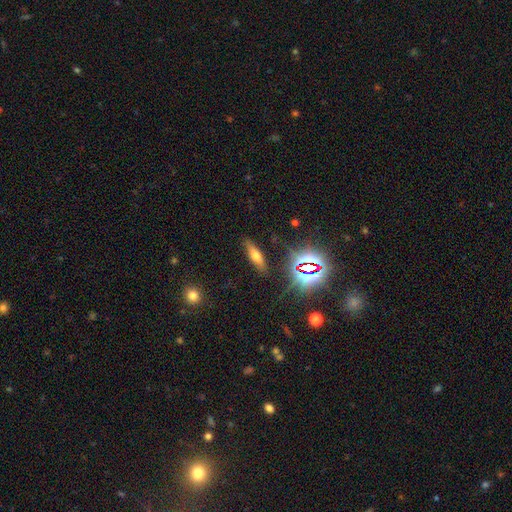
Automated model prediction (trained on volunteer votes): Smooth or featured: smooth — 51% (featured or disk — 28%)
How rounded: cigar-shaped — 54% (in between — 42%)
Merging: none — 83% (minor disturbance — 11%)